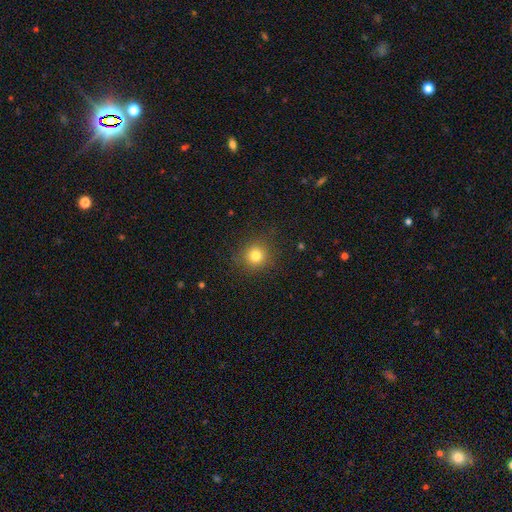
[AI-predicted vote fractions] smooth_or_featured: smooth (p=0.79) [alt: star or artifact p=0.14]
how_rounded: round (p=0.92) [alt: in between p=0.07]
merging: none (p=0.87) [alt: minor disturbance p=0.08]